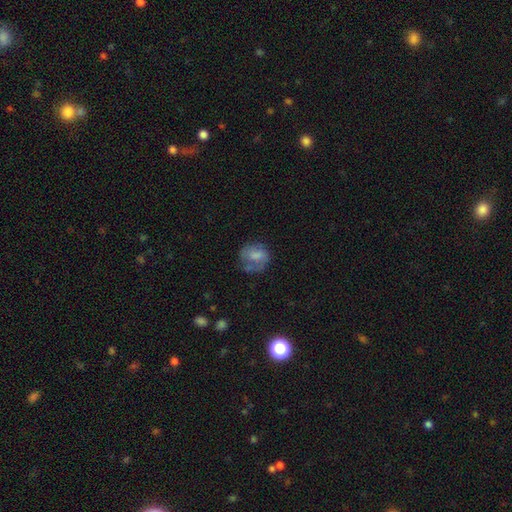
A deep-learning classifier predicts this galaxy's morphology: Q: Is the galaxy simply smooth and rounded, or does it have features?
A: smooth — 61%.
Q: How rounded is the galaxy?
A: round — 67%.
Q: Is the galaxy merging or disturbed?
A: none — 47%.